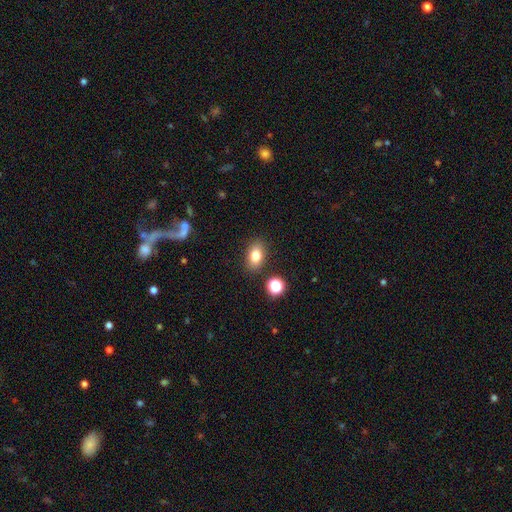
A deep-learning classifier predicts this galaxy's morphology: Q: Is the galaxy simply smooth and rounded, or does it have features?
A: smooth — 79%.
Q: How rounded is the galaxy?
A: in between — 81%.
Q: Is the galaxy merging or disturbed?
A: none — 84%.